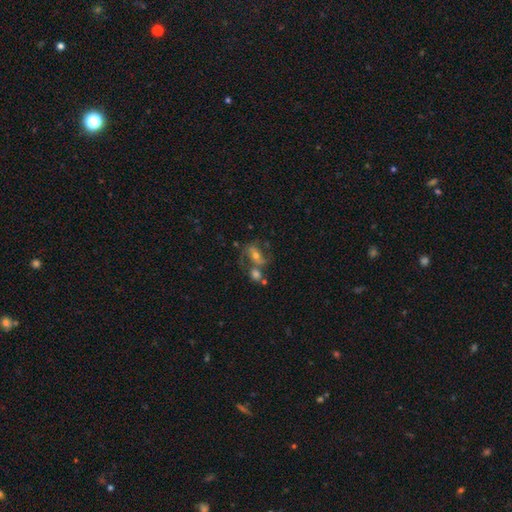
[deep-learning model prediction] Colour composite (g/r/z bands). It shows a featured or disk galaxy (64%) with no bar (40%), spiral arms (77%) and a moderate central bulge (56%). Merging: none (39%).